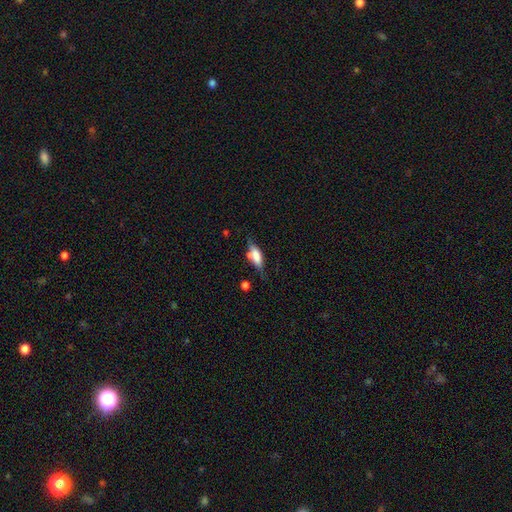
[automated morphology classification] This is possibly a smooth galaxy (54%). How rounded: possibly in between (58%). Merging: possibly none (58%).